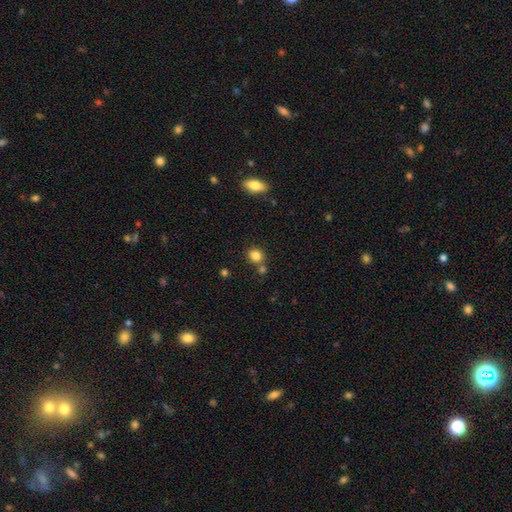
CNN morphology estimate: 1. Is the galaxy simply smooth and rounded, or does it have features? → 83% smooth, 11% star or artifact, 6% featured or disk.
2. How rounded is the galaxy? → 74% round, 25% in between, 1% cigar-shaped.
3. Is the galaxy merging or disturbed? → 66% none, 20% merger, 11% minor disturbance, 3% major disturbance.